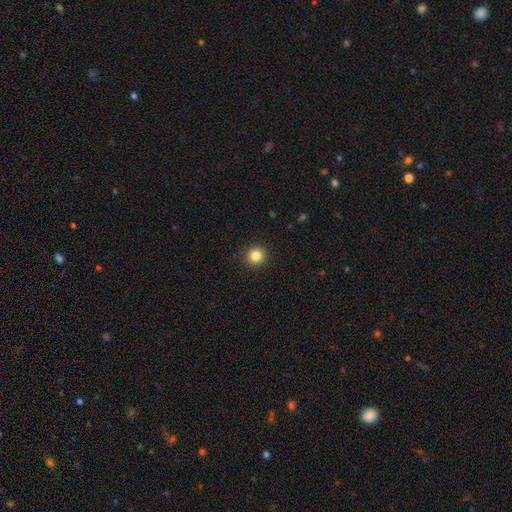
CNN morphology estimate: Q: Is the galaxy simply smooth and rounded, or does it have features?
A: smooth — 84%.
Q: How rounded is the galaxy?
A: round — 94%.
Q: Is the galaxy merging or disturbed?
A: none — 92%.